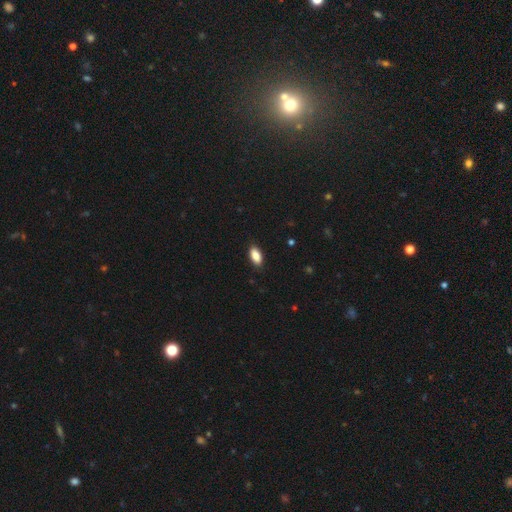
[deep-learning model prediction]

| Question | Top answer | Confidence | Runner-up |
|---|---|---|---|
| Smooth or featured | smooth | 88% | star or artifact (7%) |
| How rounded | in between | 91% | cigar-shaped (6%) |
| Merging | none | 87% | minor disturbance (10%) |